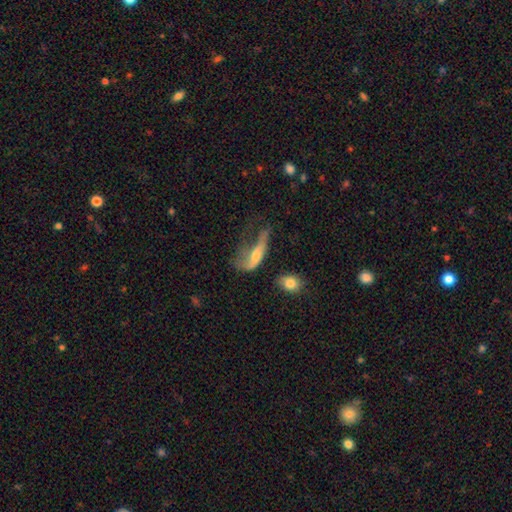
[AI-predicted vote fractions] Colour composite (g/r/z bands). It shows a smooth galaxy with no disk features (46%). Merging: major disturbance (56%).